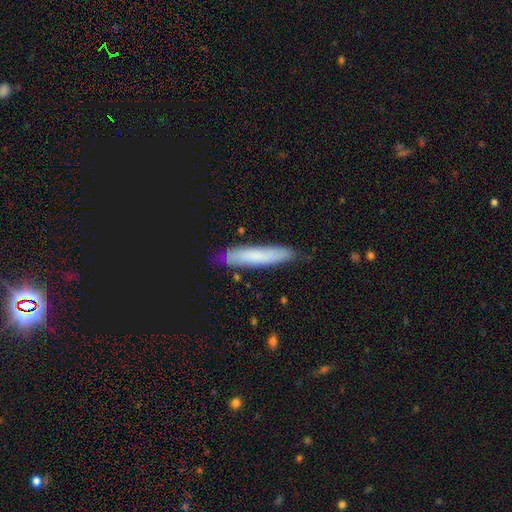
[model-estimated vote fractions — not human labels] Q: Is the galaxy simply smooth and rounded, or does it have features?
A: smooth — 55%.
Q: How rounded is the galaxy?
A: cigar-shaped — 89%.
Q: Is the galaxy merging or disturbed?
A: none — 84%.